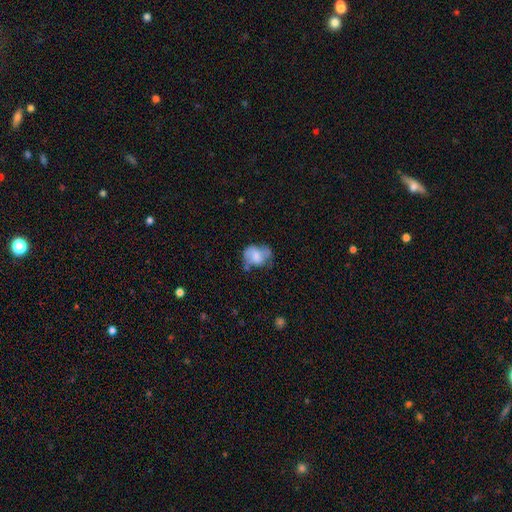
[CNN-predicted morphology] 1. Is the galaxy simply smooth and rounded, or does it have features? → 56% smooth, 35% featured or disk, 9% star or artifact.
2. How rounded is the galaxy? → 56% in between, 42% round, 1% cigar-shaped.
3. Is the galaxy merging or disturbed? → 36% none, 32% minor disturbance, 24% major disturbance, 8% merger.